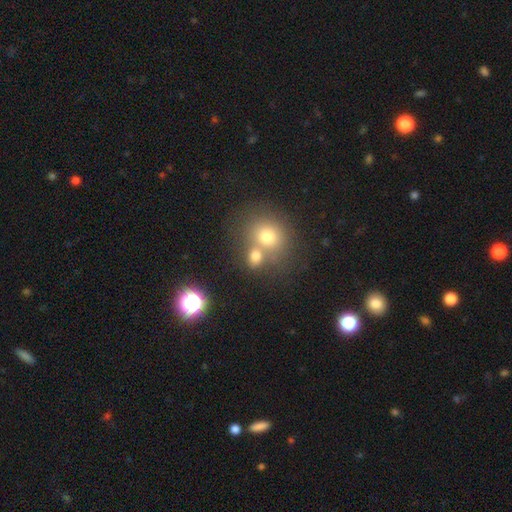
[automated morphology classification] A smooth galaxy with no disk features (72%) that is round (66%). Merging: merger (45%).